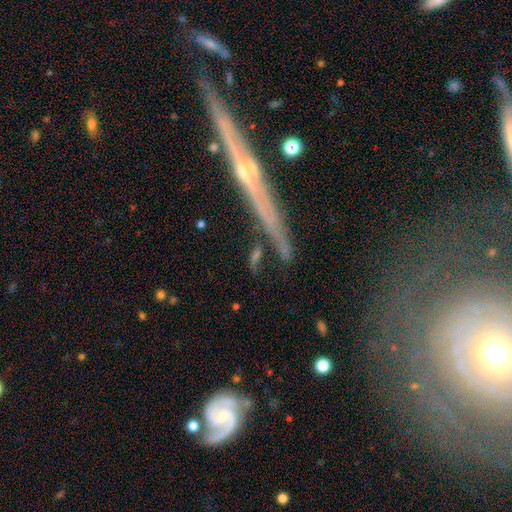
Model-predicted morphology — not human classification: This is marginally a featured or disk galaxy (41%). Merging: possibly none (60%).